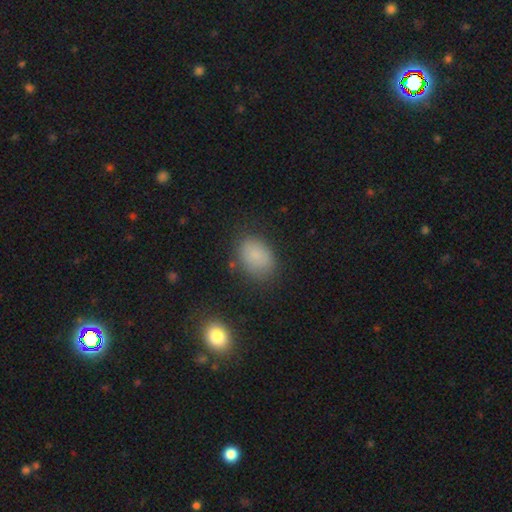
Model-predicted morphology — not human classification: Smooth or featured: smooth — 84% (star or artifact — 10%)
How rounded: in between — 78% (round — 21%)
Merging: none — 76% (minor disturbance — 16%)